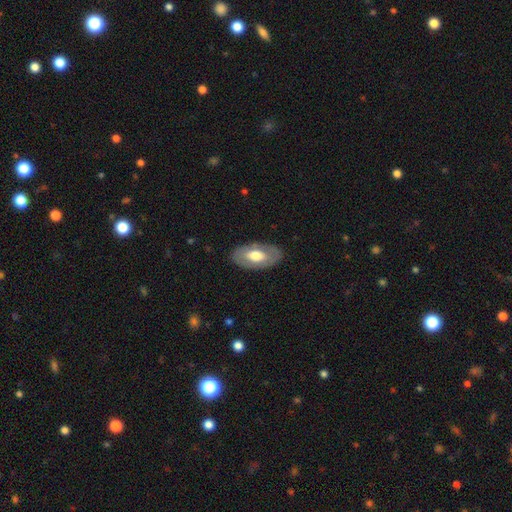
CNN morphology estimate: Smooth or featured?
  - smooth: 51% *
  - featured or disk: 43%
  - star or artifact: 5%
How rounded?
  - in between: 93% *
  - round: 5%
  - cigar-shaped: 2%
Merging?
  - none: 84% *
  - minor disturbance: 12%
  - major disturbance: 4%
  - merger: 1%